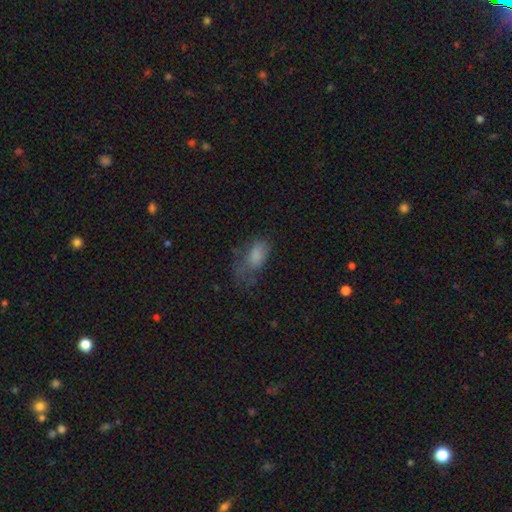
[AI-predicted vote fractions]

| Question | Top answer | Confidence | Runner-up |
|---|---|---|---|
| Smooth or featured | smooth | 74% | featured or disk (15%) |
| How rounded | in between | 89% | round (6%) |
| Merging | major disturbance | 37% | none (32%) |